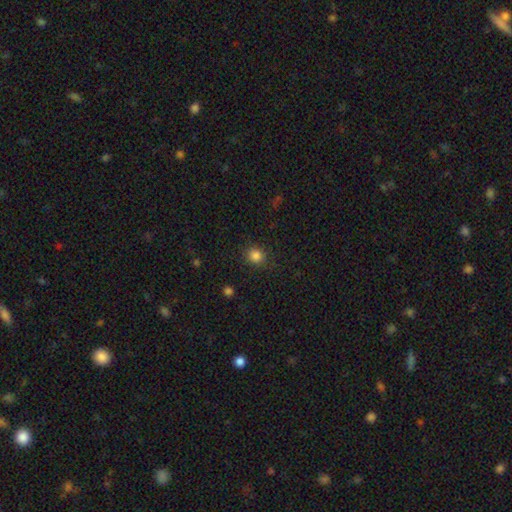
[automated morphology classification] type=smooth (84%); roundness=round (87%); merging=none (89%).